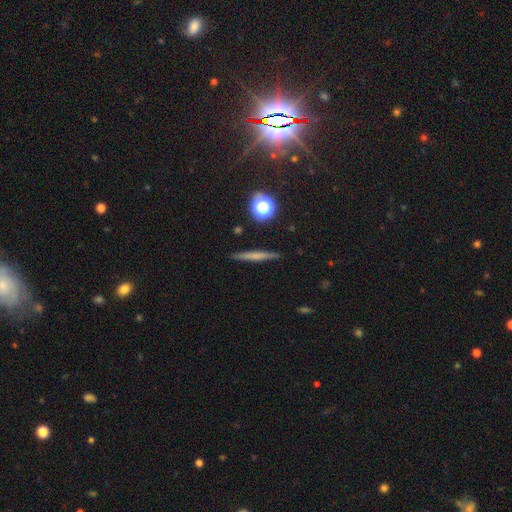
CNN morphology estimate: Q: Smooth or featured?
A: smooth (49%); runner-up: featured or disk (40%)
Q: Merging?
A: none (90%); runner-up: minor disturbance (7%)